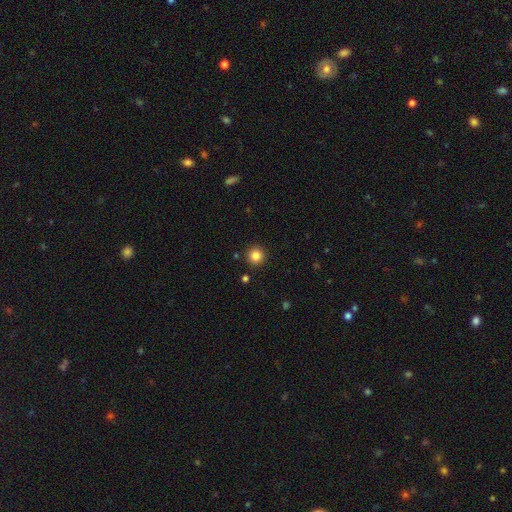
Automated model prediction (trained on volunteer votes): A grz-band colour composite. It shows a smooth galaxy with no disk features (84%) that is round (95%). Merging: none (91%).